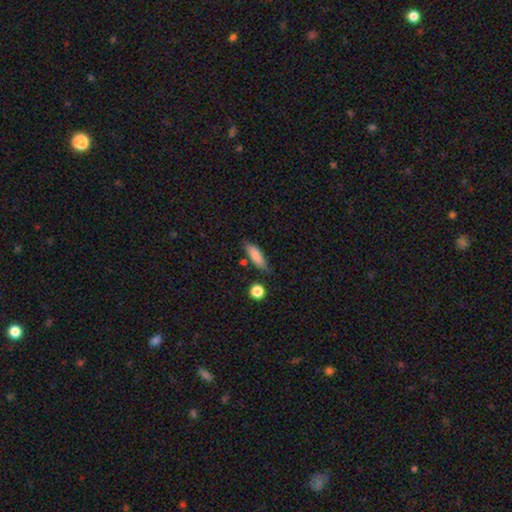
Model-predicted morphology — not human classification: Overall: smooth (83%). How rounded: cigar-shaped (56%; in between 42%). Merging: none (76%).